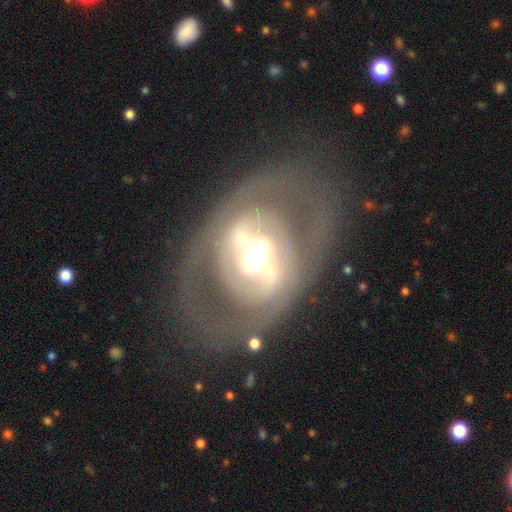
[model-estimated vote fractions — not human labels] smooth-or-featured: featured or disk: 79% | smooth: 15% | star or artifact: 6%
  disk-edge-on: no: 93% | yes: 7%
    bar: strong: 49% | weak: 29% | no: 22%
    has-spiral-arms: no: 51% | yes: 49%
    bulge-size: moderate: 53% | large: 32% | small: 9% | dominant: 5% | none: 1%
  merging: none: 70% | minor disturbance: 15% | major disturbance: 14% | merger: 2%